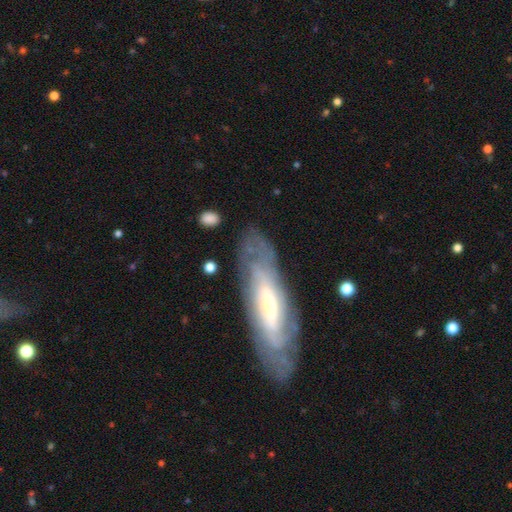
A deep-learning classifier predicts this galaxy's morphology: Smooth or featured: featured or disk — 76% (smooth — 18%)
Edge-on disk: no — 74% (yes — 26%)
Bar: no — 40% (weak — 37%)
Spiral arms: yes — 81% (no — 19%)
Bulge size: small — 45% (moderate — 42%)
Merging: none — 82% (minor disturbance — 12%)